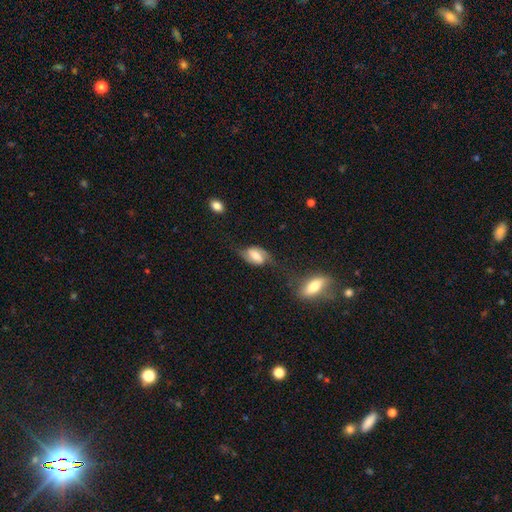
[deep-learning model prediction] A featured or disk galaxy (56%) with a weak bar (42%), spiral arms (85%) and a moderate central bulge (38%).

Vote fractions:
- Smooth or featured? featured or disk: 56% / smooth: 36% / star or artifact: 8%
- Edge-on disk? no: 93% / yes: 7%
- Bar? weak: 42% / strong: 36% / no: 22%
- Spiral arms? yes: 85% / no: 15%
- Bulge size? moderate: 38% / small: 26% / large: 20% / none: 10% / dominant: 5%
- Merging? none: 51% / minor disturbance: 25% / major disturbance: 17% / merger: 7%